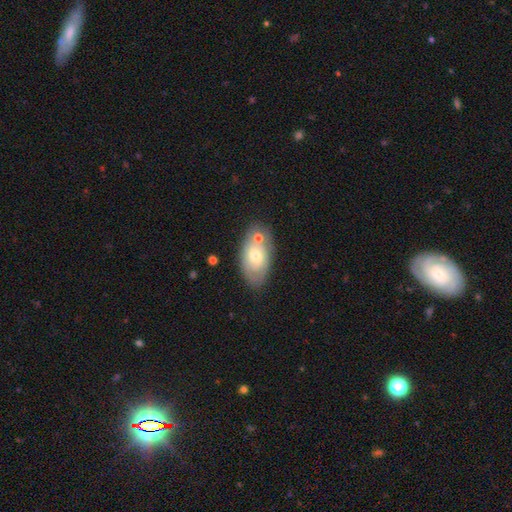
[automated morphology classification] smooth_or_featured: smooth (p=0.49) [alt: featured or disk p=0.44]
merging: none (p=0.59) [alt: minor disturbance p=0.18]